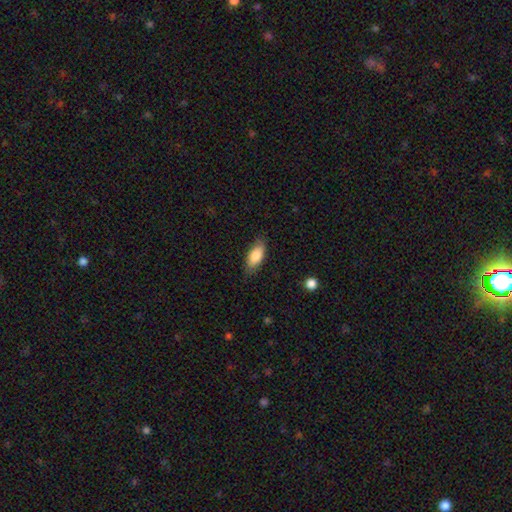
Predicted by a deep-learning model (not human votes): Overall: smooth (84%). How rounded: in between (83%). Merging: none (81%).